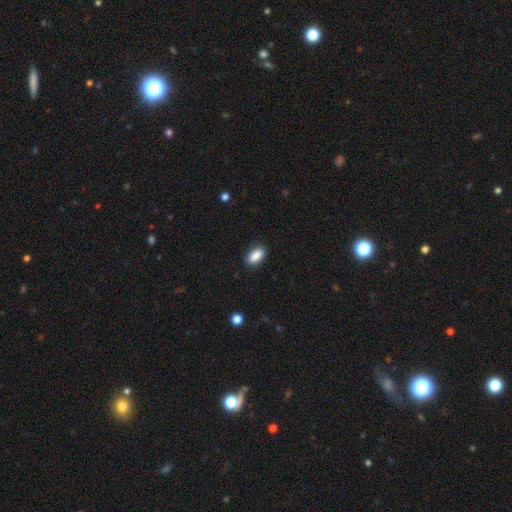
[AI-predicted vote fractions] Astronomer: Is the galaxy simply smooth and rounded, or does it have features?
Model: smooth — 89%.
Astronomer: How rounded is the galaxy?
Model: in between — 89%.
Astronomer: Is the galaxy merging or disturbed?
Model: none — 88%.